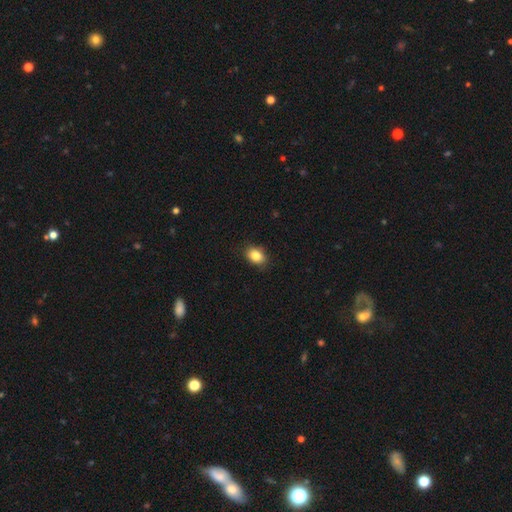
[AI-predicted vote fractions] This appears to be a smooth galaxy with no disk features (85%) that is in between round and cigar-shaped (71%). Merging: none (87%).